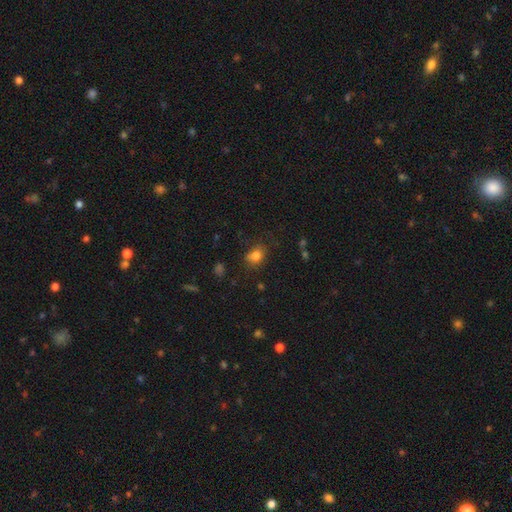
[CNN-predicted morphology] Smooth or featured? smooth (80%)
How rounded? in between (56%)
Merging? none (64%)